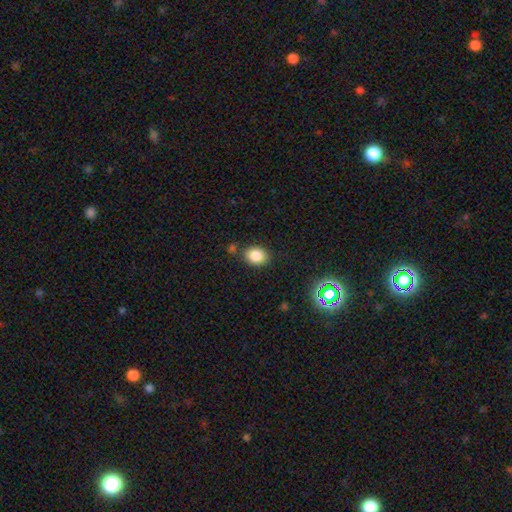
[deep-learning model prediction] smooth 84%, star or artifact 10%, featured or disk 5%. Down the decision tree: how rounded — in between (55%); merging — none (79%).